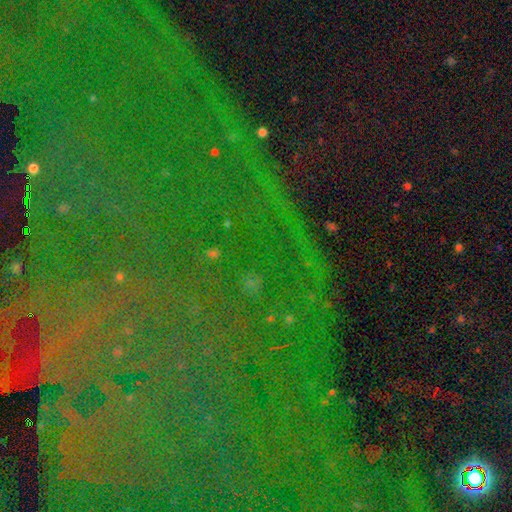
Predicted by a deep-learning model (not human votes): Morphology: type=star or artifact (82%).